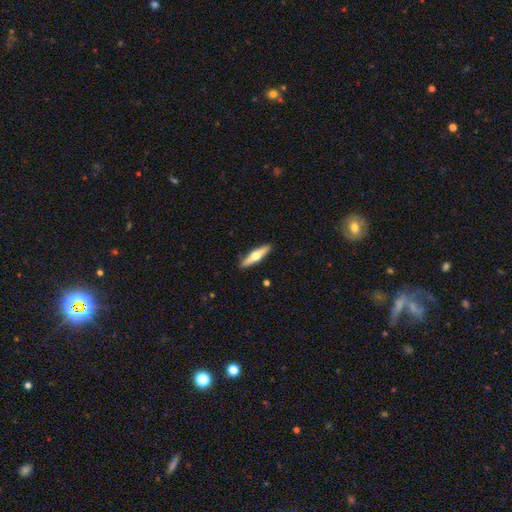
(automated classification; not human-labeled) Smooth or featured? Predicted: featured or disk (p=0.58). Edge-on disk? Predicted: yes (p=0.95). Edge-on bulge? Predicted: rounded (p=0.95). Merging? Predicted: none (p=0.91).